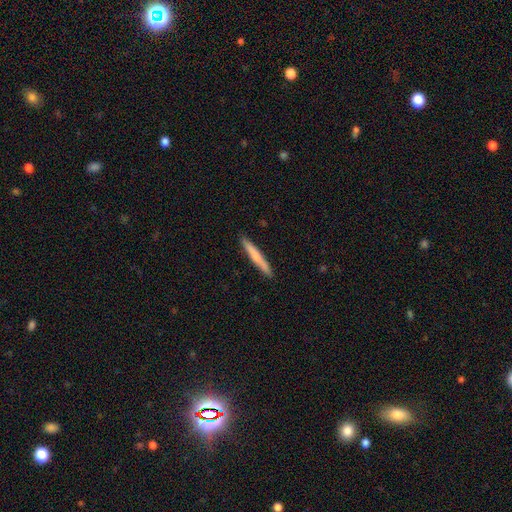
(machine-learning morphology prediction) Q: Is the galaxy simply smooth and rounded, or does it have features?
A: smooth — 67%.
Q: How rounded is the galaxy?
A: cigar-shaped — 96%.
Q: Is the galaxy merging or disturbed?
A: none — 91%.